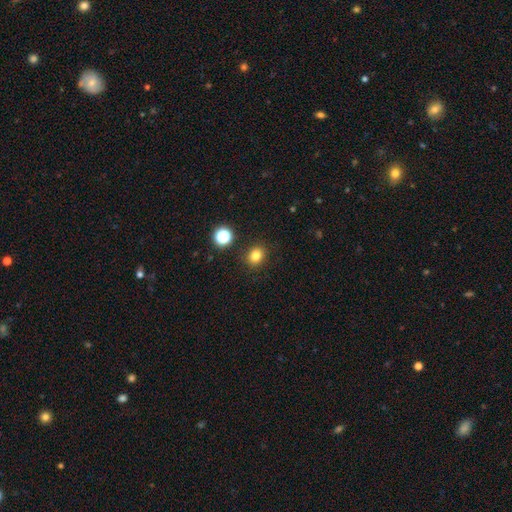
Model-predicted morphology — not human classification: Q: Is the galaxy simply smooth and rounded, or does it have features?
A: smooth — 80%.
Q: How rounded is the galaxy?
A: round — 67%.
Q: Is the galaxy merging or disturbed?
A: none — 88%.